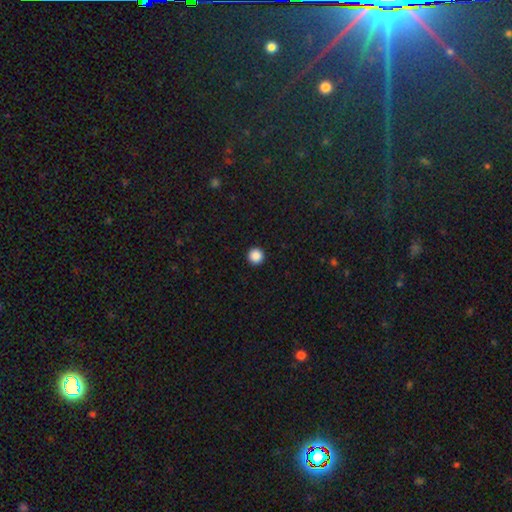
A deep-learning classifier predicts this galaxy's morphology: Smooth or featured? smooth (88%)
How rounded? round (96%)
Merging? none (94%)